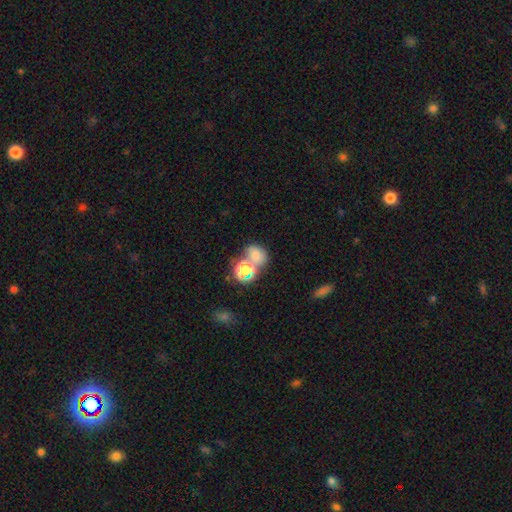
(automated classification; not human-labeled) A smooth galaxy with no disk features (68%) that is round (50%).

Vote fractions:
- Smooth or featured? smooth: 68% / star or artifact: 20% / featured or disk: 12%
- How rounded? round: 50% / in between: 49% / cigar-shaped: 1%
- Merging? merger: 43% / none: 39% / minor disturbance: 11% / major disturbance: 6%